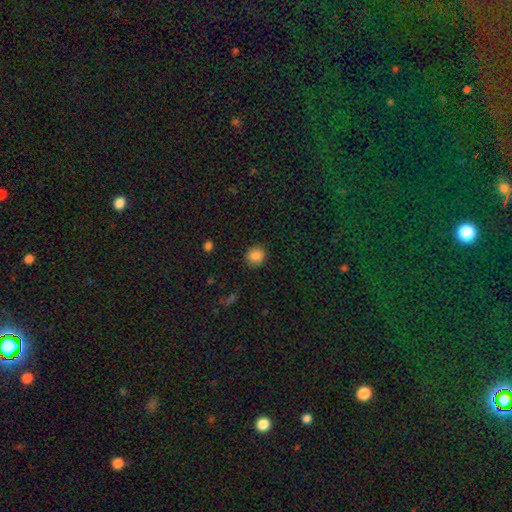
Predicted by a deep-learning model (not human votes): Morphology: type=smooth (86%); roundness=round (75%); merging=none (86%).